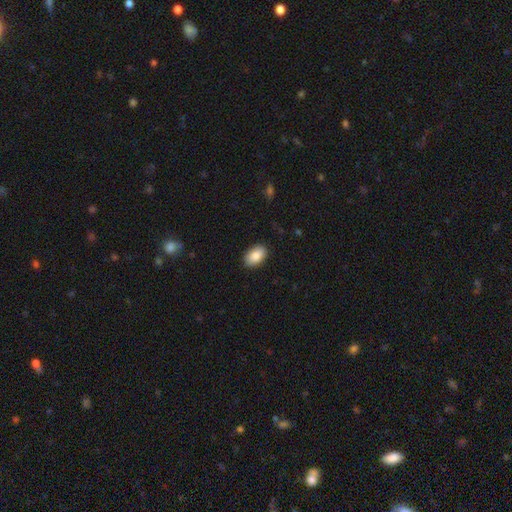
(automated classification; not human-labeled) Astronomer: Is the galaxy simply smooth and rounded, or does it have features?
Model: smooth — 88%.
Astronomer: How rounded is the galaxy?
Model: in between — 92%.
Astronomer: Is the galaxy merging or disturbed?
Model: none — 89%.